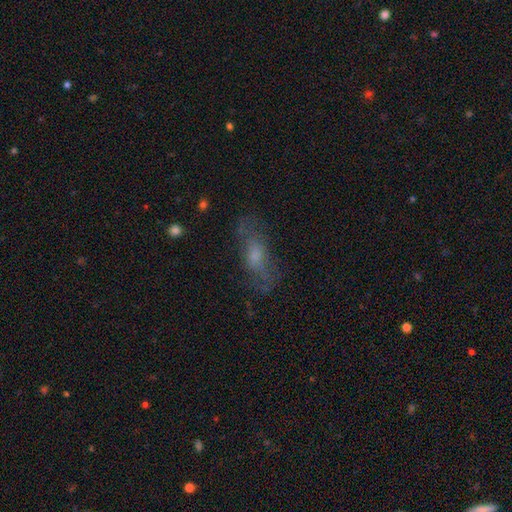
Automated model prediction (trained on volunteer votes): Smooth or featured: smooth — 44% (tied with featured or disk — 44%)
Merging: none — 64% (minor disturbance — 20%)